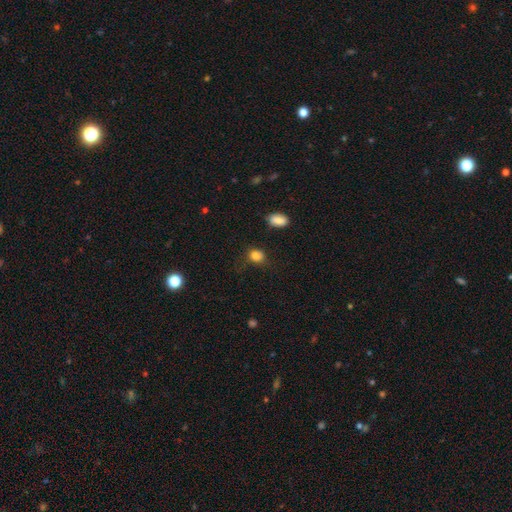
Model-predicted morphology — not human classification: Smooth or featured? smooth (83%)
How rounded? round (62%)
Merging? none (65%)